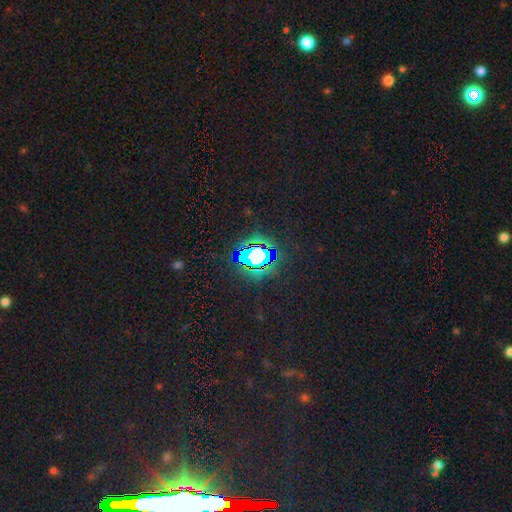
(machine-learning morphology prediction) Smooth or featured? star or artifact (71%)